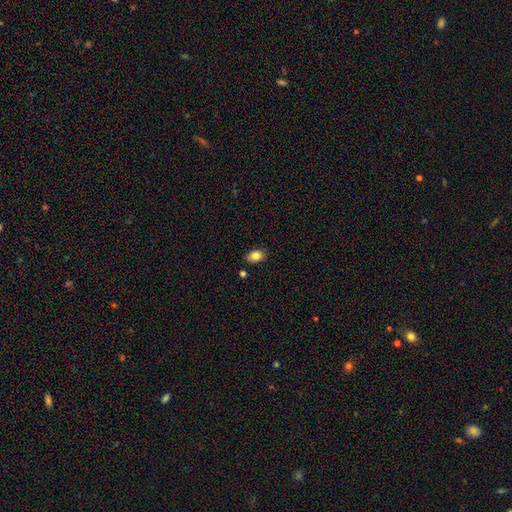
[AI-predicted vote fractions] Smooth or featured? smooth (82%)
How rounded? in between (85%)
Merging? none (85%)